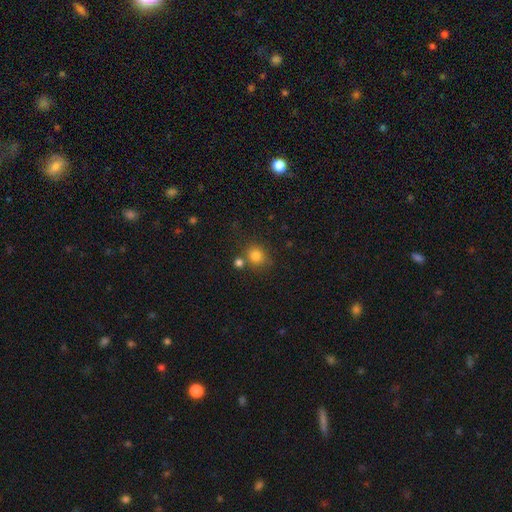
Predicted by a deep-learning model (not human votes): Smooth or featured? Predicted: smooth (p=0.81). How rounded? Predicted: round (p=0.80). Merging? Predicted: none (p=0.68).